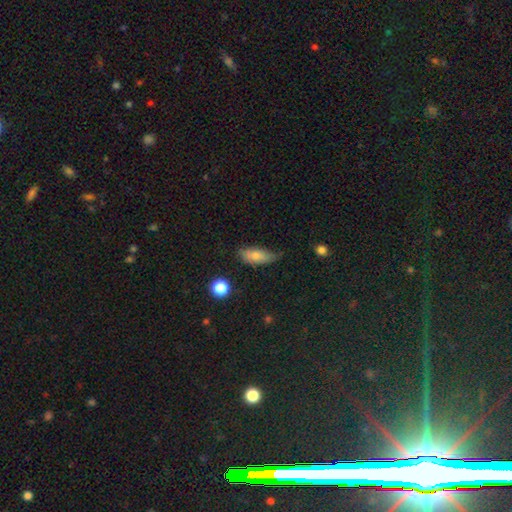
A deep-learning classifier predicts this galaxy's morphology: Smooth or featured? smooth (73%)
How rounded? in between (83%)
Merging? none (55%)